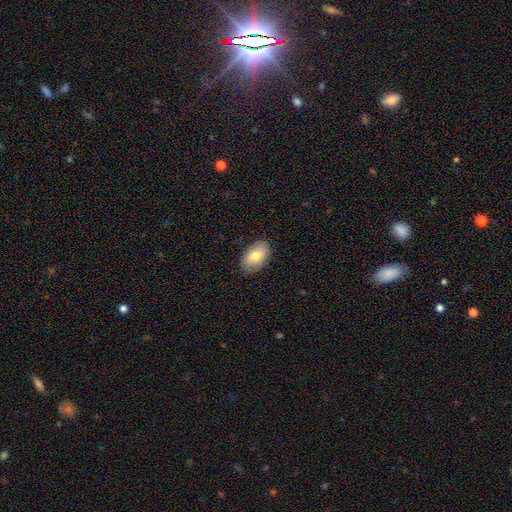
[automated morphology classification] This appears to be a smooth galaxy with no disk features (75%) that is in between round and cigar-shaped (93%). Merging: none (86%).